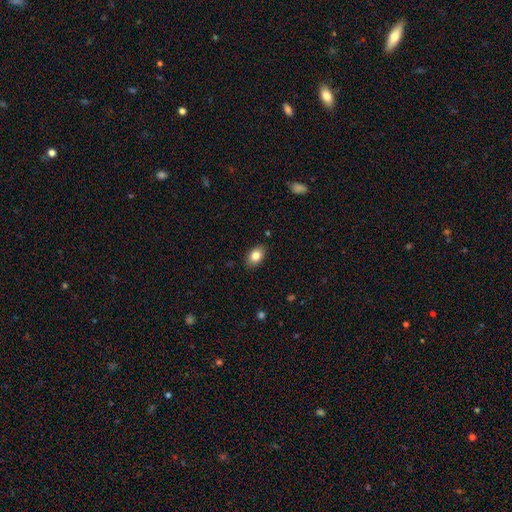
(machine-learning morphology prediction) Smooth or featured? Predicted: smooth (p=0.83). How rounded? Predicted: in between (p=0.84). Merging? Predicted: none (p=0.87).